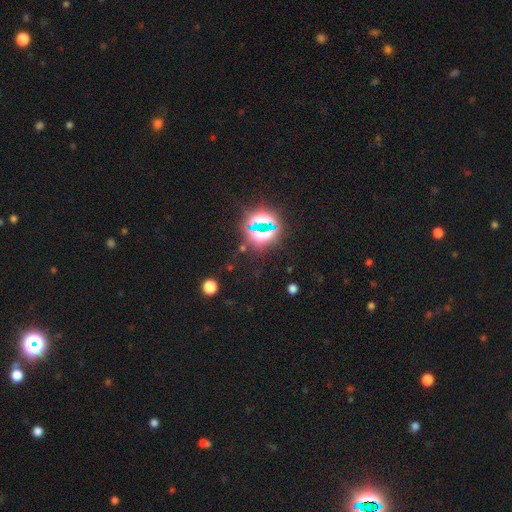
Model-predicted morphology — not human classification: This appears to be a star or artifact, not a galaxy (82%).